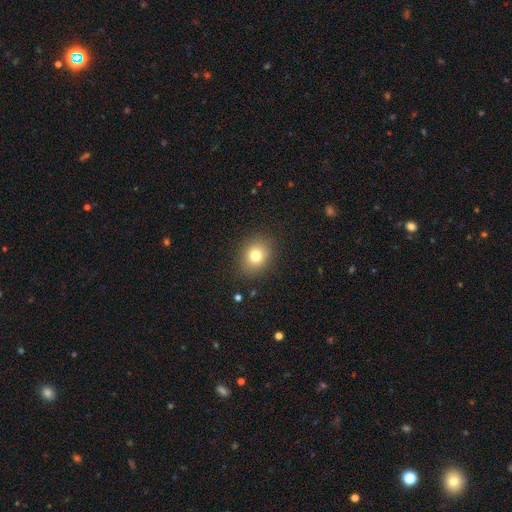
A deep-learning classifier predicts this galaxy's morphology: Smooth or featured? smooth (78%)
How rounded? round (61%)
Merging? none (87%)